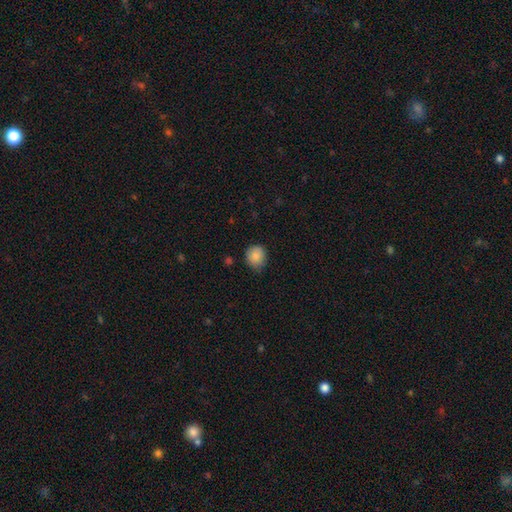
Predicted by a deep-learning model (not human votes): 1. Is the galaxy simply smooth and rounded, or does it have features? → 87% smooth, 8% star or artifact, 5% featured or disk.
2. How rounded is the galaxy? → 84% round, 15% in between, 1% cigar-shaped.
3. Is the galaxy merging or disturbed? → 74% none, 21% minor disturbance, 3% major disturbance, 1% merger.